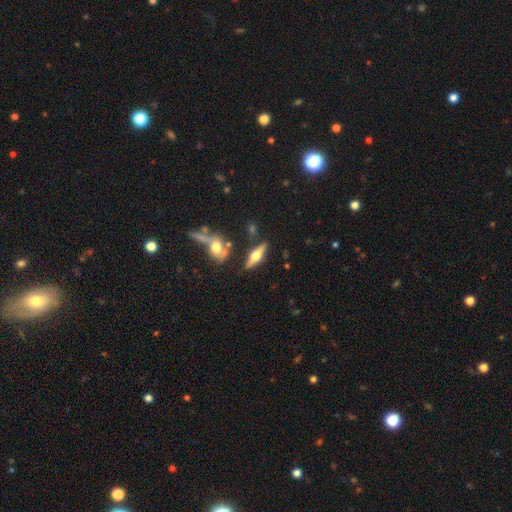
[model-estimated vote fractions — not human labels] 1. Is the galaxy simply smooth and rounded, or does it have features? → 66% featured or disk, 27% smooth, 7% star or artifact.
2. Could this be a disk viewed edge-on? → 94% yes, 6% no.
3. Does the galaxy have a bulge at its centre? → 95% rounded, 3% boxy, 1% none.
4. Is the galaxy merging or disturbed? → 80% none, 10% minor disturbance, 7% merger, 3% major disturbance.